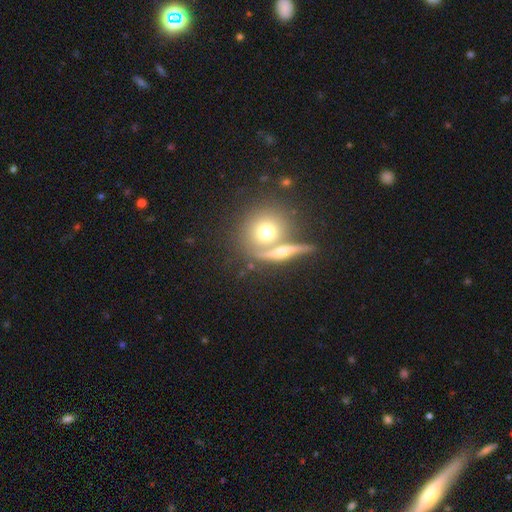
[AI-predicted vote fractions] This appears to be a smooth galaxy with no disk features (44%). Merging: none (57%).